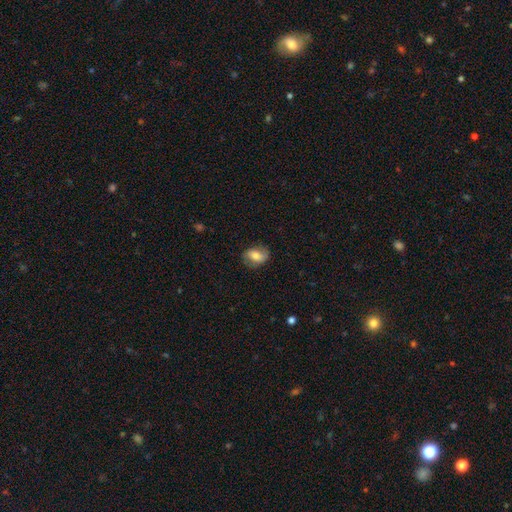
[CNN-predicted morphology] This is likely a smooth galaxy (62%). How rounded: likely in between (71%). Merging: likely none (76%).